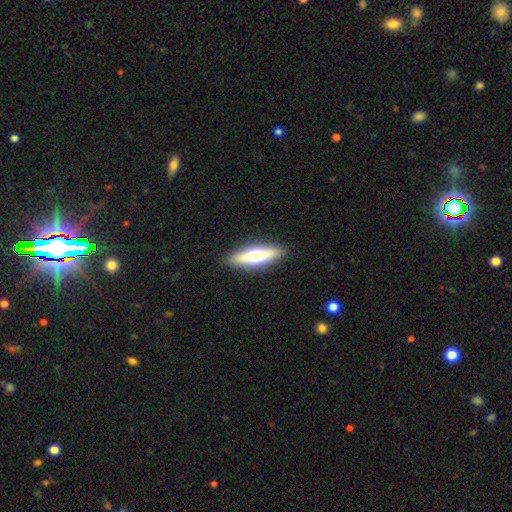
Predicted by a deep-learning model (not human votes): Smooth or featured: smooth — 54% (featured or disk — 40%)
How rounded: cigar-shaped — 63% (in between — 35%)
Merging: none — 90% (minor disturbance — 7%)